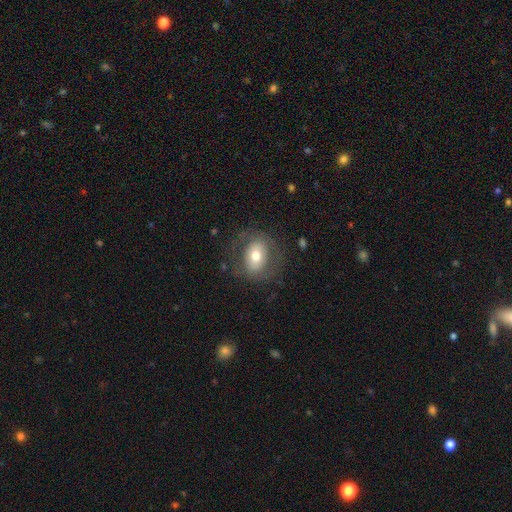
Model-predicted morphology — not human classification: Smooth or featured?
  - smooth: 57% *
  - featured or disk: 35%
  - star or artifact: 8%
How rounded?
  - in between: 58% *
  - round: 40%
  - cigar-shaped: 1%
Merging?
  - none: 71% *
  - minor disturbance: 15%
  - major disturbance: 13%
  - merger: 1%